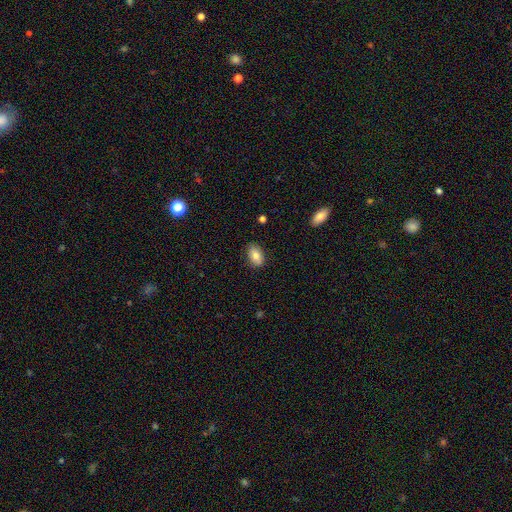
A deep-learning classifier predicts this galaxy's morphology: smooth_or_featured: smooth (p=0.81) [alt: featured or disk p=0.11]
how_rounded: in between (p=0.91) [alt: round p=0.07]
merging: none (p=0.85) [alt: minor disturbance p=0.11]